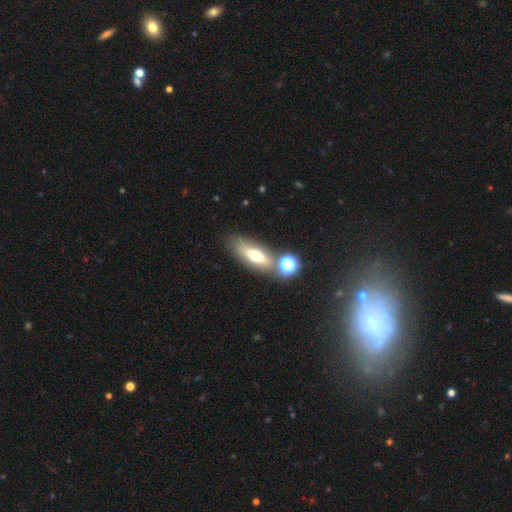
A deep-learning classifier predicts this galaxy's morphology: Overall: smooth (54%; featured or disk 34%). How rounded: in between (64%; cigar-shaped 29%). Merging: none (65%).